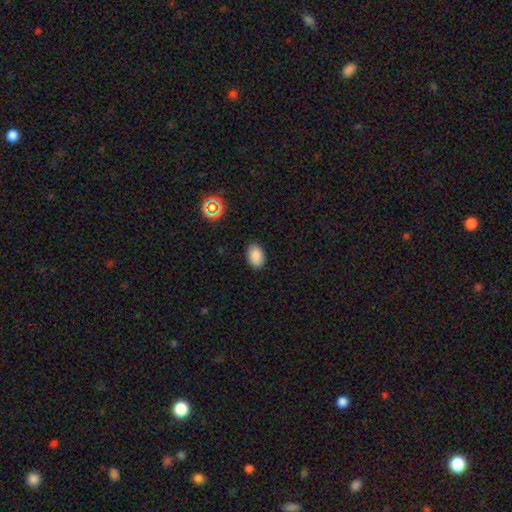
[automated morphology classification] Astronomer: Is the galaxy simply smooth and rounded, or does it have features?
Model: smooth — 86%.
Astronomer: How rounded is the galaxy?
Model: in between — 85%.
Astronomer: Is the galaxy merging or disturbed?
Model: none — 87%.